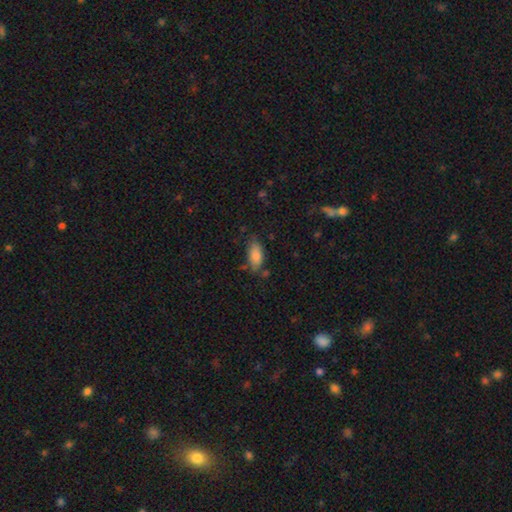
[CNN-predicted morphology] smooth_or_featured: smooth (p=0.83) [alt: featured or disk p=0.10]
how_rounded: in between (p=0.87) [alt: cigar-shaped p=0.10]
merging: none (p=0.64) [alt: minor disturbance p=0.24]